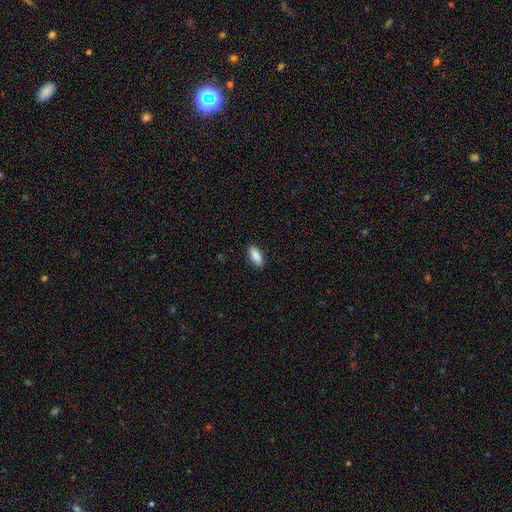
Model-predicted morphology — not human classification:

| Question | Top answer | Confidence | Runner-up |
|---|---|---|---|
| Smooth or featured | smooth | 90% | star or artifact (6%) |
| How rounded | in between | 87% | cigar-shaped (11%) |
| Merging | none | 89% | minor disturbance (8%) |